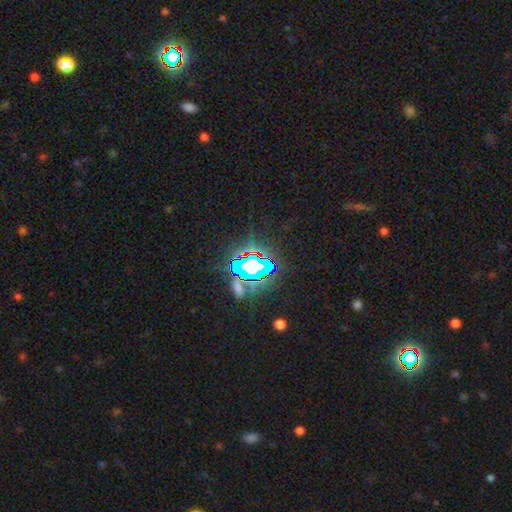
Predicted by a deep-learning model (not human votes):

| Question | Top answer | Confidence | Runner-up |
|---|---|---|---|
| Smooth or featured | star or artifact | 76% | smooth (13%) |